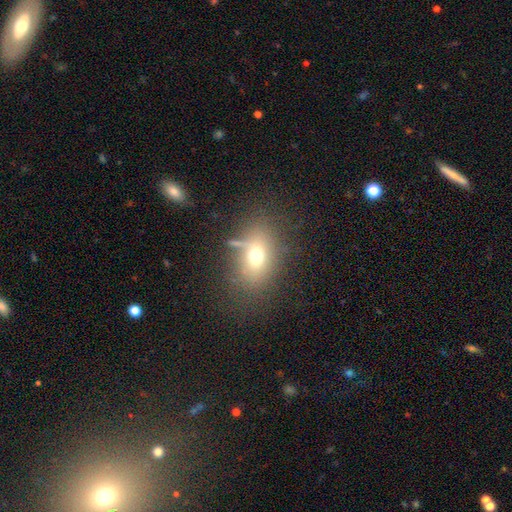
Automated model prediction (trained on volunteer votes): Smooth or featured?
  - smooth: 65% *
  - featured or disk: 19%
  - star or artifact: 16%
How rounded?
  - in between: 70% *
  - round: 27%
  - cigar-shaped: 3%
Merging?
  - none: 68% *
  - minor disturbance: 16%
  - major disturbance: 10%
  - merger: 7%